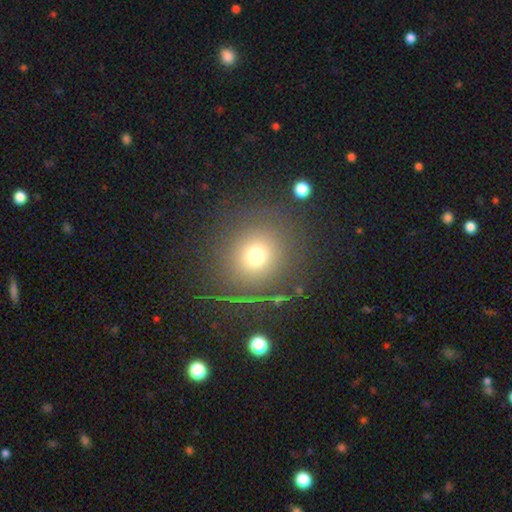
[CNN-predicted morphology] Smooth or featured? Predicted: smooth (p=0.69). How rounded? Predicted: round (p=0.89). Merging? Predicted: none (p=0.84).